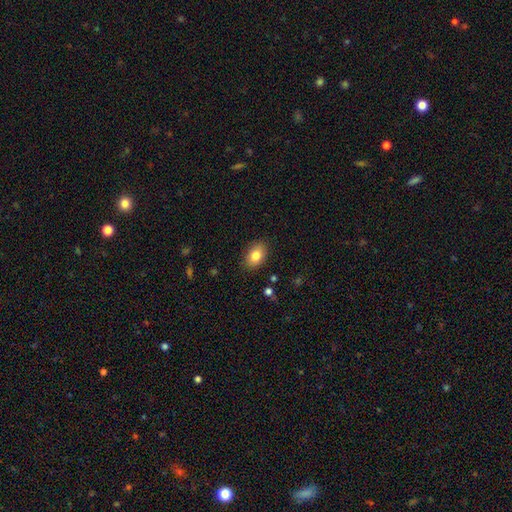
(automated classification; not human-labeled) Smooth or featured? smooth (83%)
How rounded? in between (83%)
Merging? none (87%)